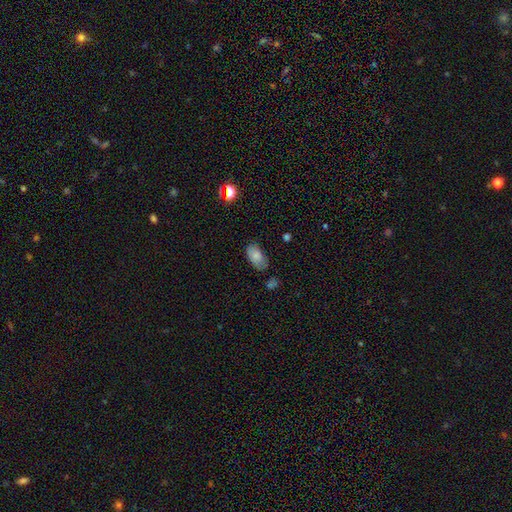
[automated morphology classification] Smooth or featured? smooth (81%)
How rounded? in between (93%)
Merging? none (67%)